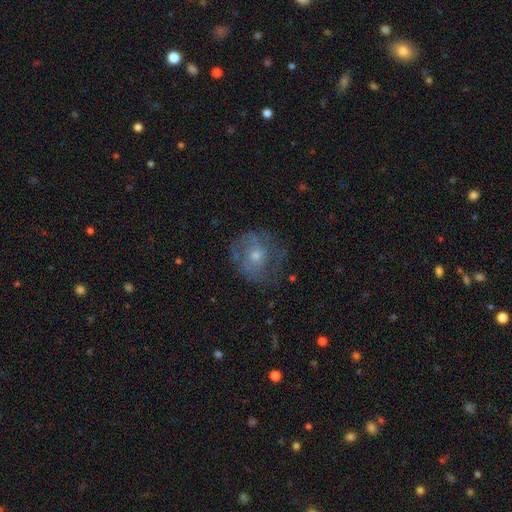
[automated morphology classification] Smooth or featured? Predicted: featured or disk (p=0.57). Edge-on disk? Predicted: no (p=0.97). Bar? Predicted: no (p=0.81). Spiral arms? Predicted: yes (p=0.62). Bulge size? Predicted: small (p=0.51). Merging? Predicted: none (p=0.62).